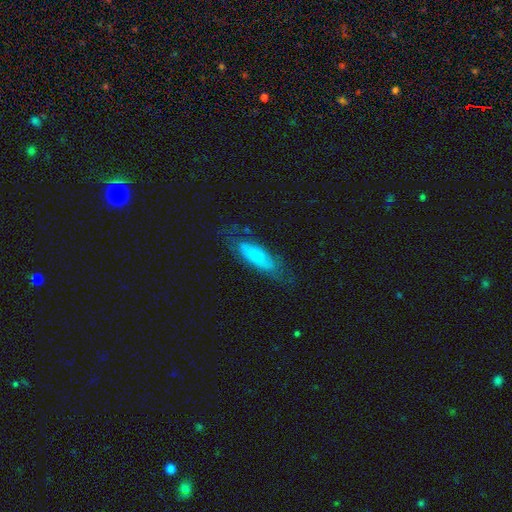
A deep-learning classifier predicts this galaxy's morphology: smooth 63%, featured or disk 29%, star or artifact 7%. Down the decision tree: how rounded — in between (58%); merging — none (64%).